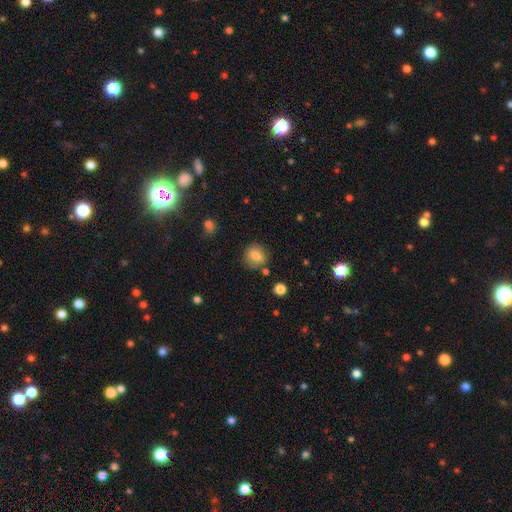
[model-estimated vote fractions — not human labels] Smooth or featured?
  - smooth: 76% *
  - featured or disk: 14%
  - star or artifact: 10%
How rounded?
  - round: 83% *
  - in between: 16%
  - cigar-shaped: 1%
Merging?
  - none: 79% *
  - minor disturbance: 13%
  - merger: 5%
  - major disturbance: 3%